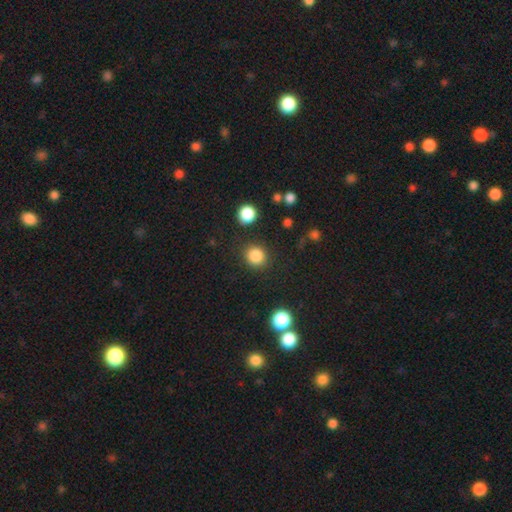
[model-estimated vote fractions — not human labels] This is clearly a smooth galaxy (85%). How rounded: clearly round (86%). Merging: clearly none (85%).